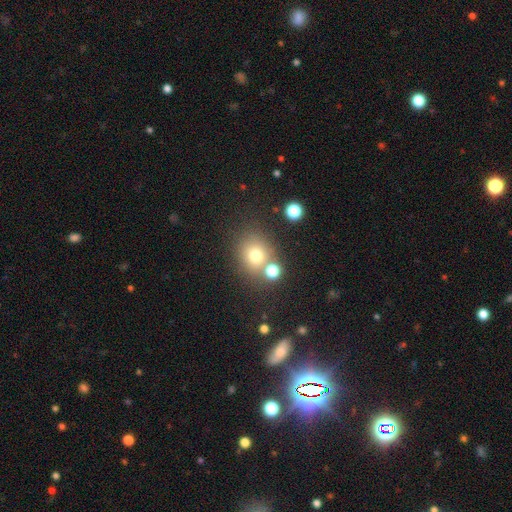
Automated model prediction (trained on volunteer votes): smooth 72%, star or artifact 17%, featured or disk 12%. Down the decision tree: how rounded — round (75%); merging — none (65%).